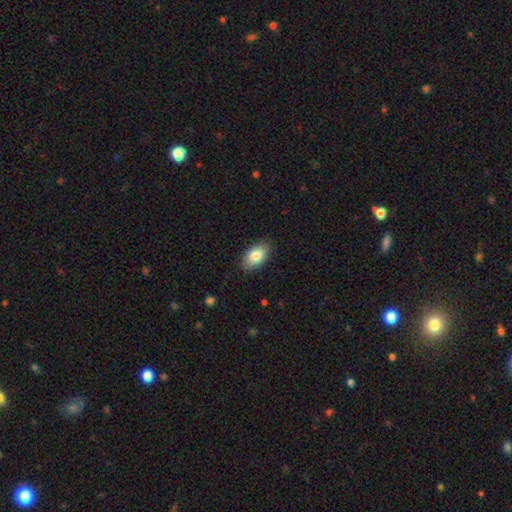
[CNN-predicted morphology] smooth-or-featured: smooth: 86% | featured or disk: 8% | star or artifact: 7%
  how-rounded: in between: 93% | round: 6% | cigar-shaped: 2%
  merging: none: 86% | minor disturbance: 11% | major disturbance: 2% | merger: 1%